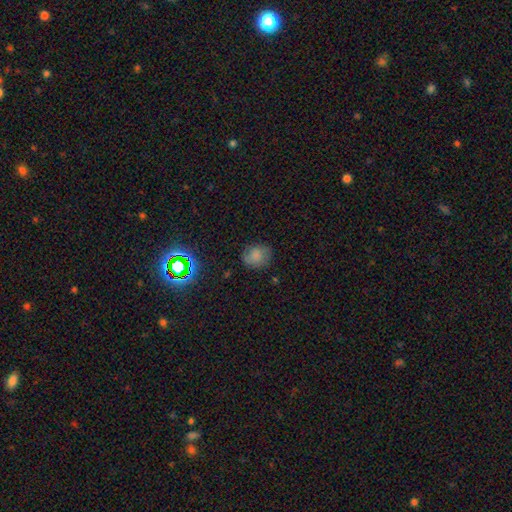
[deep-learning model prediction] Smooth or featured?
  - smooth: 71% *
  - star or artifact: 15%
  - featured or disk: 14%
How rounded?
  - round: 67% *
  - in between: 32%
  - cigar-shaped: 1%
Merging?
  - none: 74% *
  - minor disturbance: 19%
  - major disturbance: 6%
  - merger: 1%